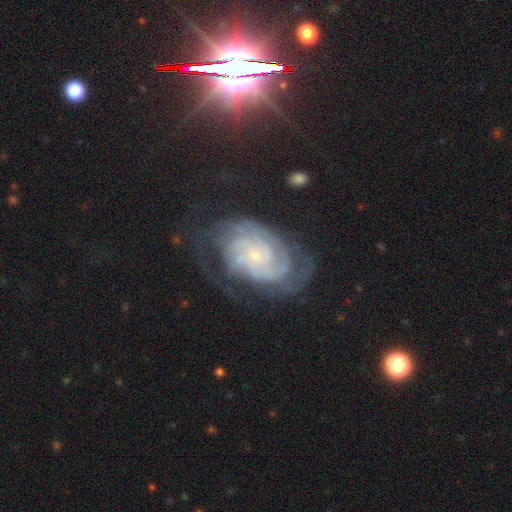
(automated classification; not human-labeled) This appears to be a featured or disk galaxy (86%) with no bar (70%), tight (68%) spiral arms (96%) and a small central bulge (81%). Merging: none (66%).